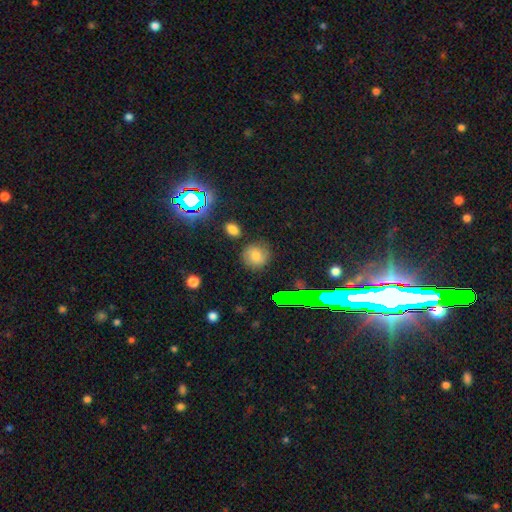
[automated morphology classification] Smooth or featured?
  - smooth: 62% *
  - featured or disk: 21%
  - star or artifact: 16%
How rounded?
  - round: 87% *
  - in between: 12%
  - cigar-shaped: 1%
Merging?
  - none: 79% *
  - minor disturbance: 14%
  - major disturbance: 4%
  - merger: 3%